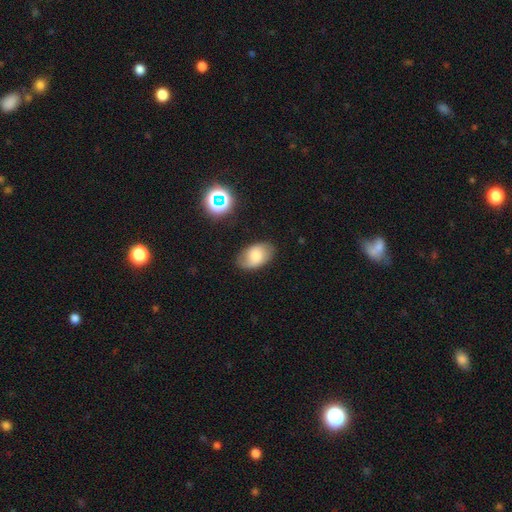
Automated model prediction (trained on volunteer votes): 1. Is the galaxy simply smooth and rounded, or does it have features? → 68% smooth, 21% featured or disk, 10% star or artifact.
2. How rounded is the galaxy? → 90% in between, 9% round, 1% cigar-shaped.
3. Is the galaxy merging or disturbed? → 78% none, 16% minor disturbance, 4% major disturbance, 2% merger.